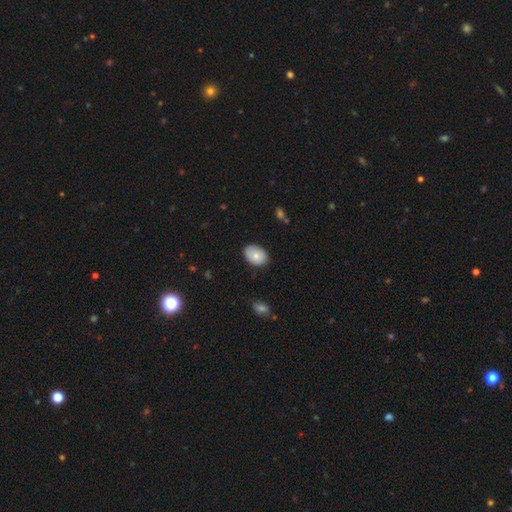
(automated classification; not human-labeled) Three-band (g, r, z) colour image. It shows a smooth galaxy with no disk features (80%) that is in between round and cigar-shaped (82%). Merging: none (82%).